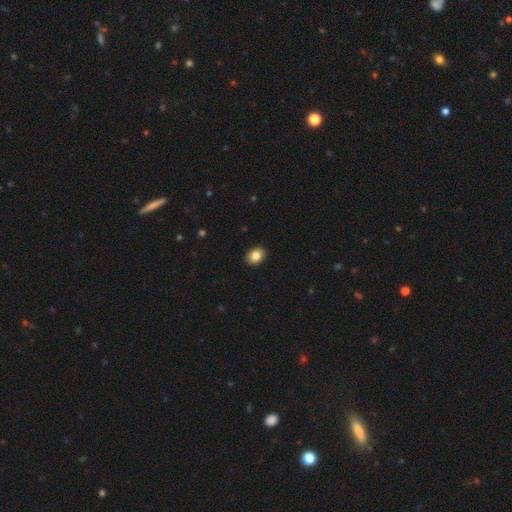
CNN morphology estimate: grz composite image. It shows a smooth galaxy with no disk features (85%) that is in between round and cigar-shaped (64%). Merging: none (91%).